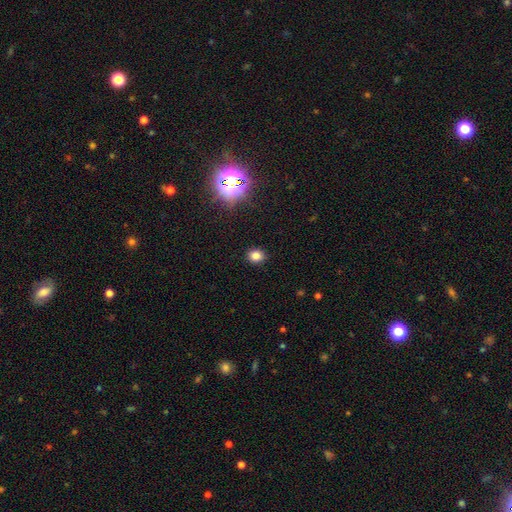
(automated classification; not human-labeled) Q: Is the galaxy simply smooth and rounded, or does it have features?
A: smooth — 79%.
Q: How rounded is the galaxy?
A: round — 66%.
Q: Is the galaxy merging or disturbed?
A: none — 89%.